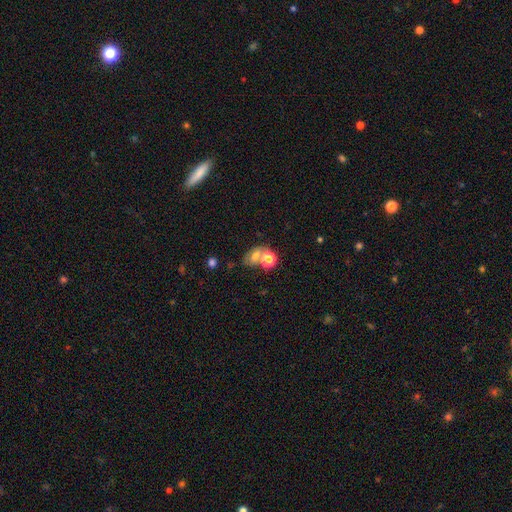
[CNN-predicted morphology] The model was most divided on "merging": merger: 40%, none: 38%, minor disturbance: 13%, major disturbance: 8%. More confident: how rounded — in between (65%); smooth or featured — smooth (62%).